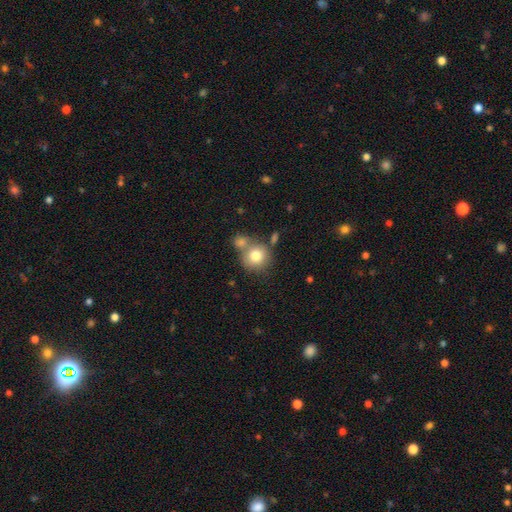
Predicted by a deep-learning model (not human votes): smooth-or-featured: smooth: 78% | featured or disk: 12% | star or artifact: 10%
  how-rounded: round: 88% | in between: 12% | cigar-shaped: 1%
  merging: none: 54% | merger: 31% | minor disturbance: 11% | major disturbance: 4%